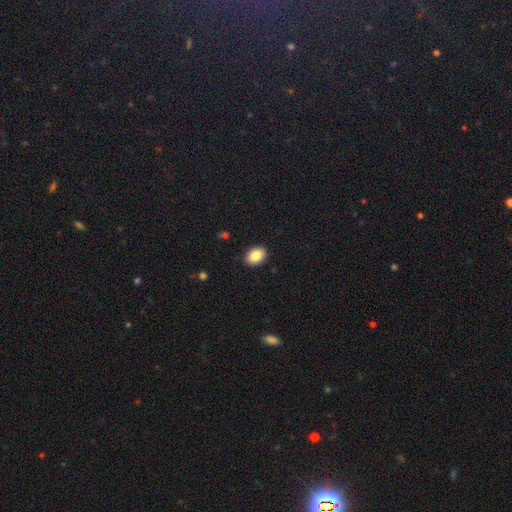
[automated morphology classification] smooth 86%, star or artifact 8%, featured or disk 6%. Down the decision tree: how rounded — in between (76%); merging — none (90%).